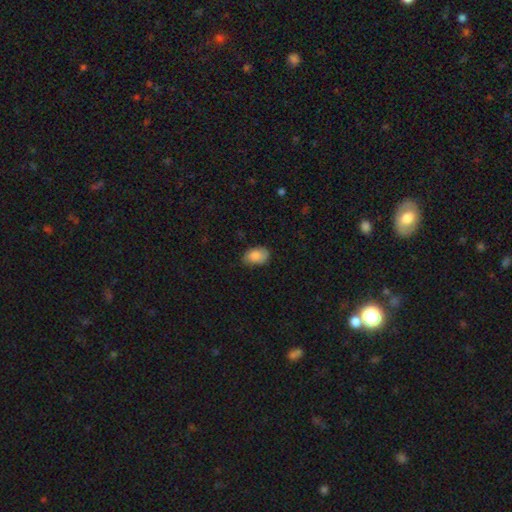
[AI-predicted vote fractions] A smooth galaxy with no disk features (84%) that is in between round and cigar-shaped (84%). Merging: none (75%).